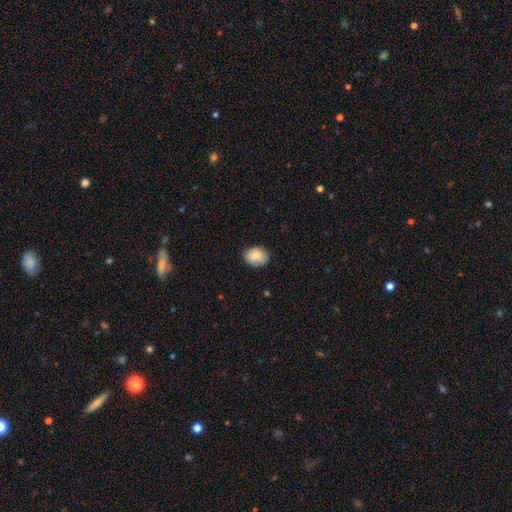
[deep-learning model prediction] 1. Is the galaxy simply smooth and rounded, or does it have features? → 84% smooth, 9% featured or disk, 7% star or artifact.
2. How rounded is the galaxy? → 54% in between, 45% round, 1% cigar-shaped.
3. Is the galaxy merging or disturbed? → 81% none, 15% minor disturbance, 3% major disturbance, 1% merger.